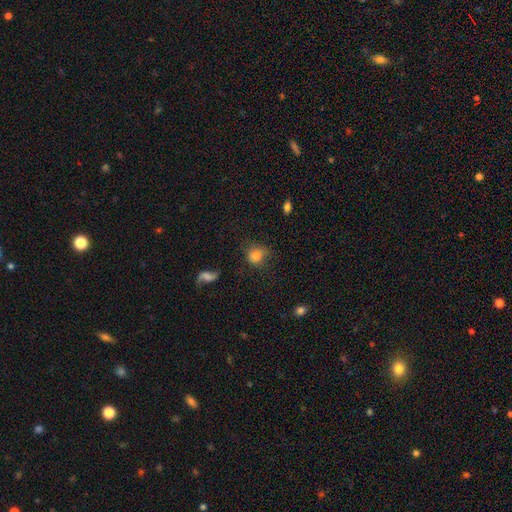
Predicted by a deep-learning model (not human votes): smooth_or_featured: smooth (p=0.81) [alt: star or artifact p=0.10]
how_rounded: round (p=0.78) [alt: in between p=0.21]
merging: none (p=0.67) [alt: minor disturbance p=0.22]